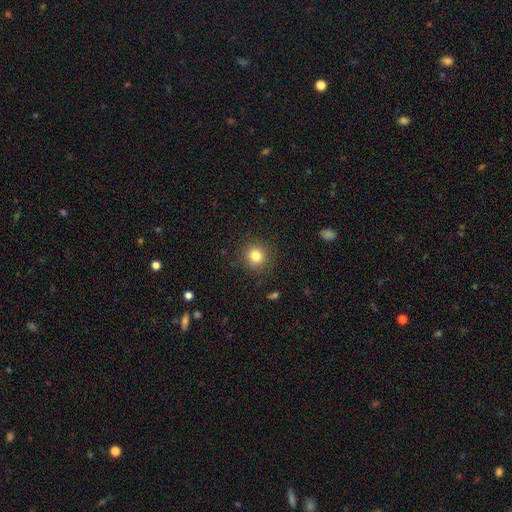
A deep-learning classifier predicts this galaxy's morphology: The model was most divided on "smooth or featured": smooth: 82%, star or artifact: 12%, featured or disk: 6%. More confident: how rounded — round (92%); merging — none (89%).